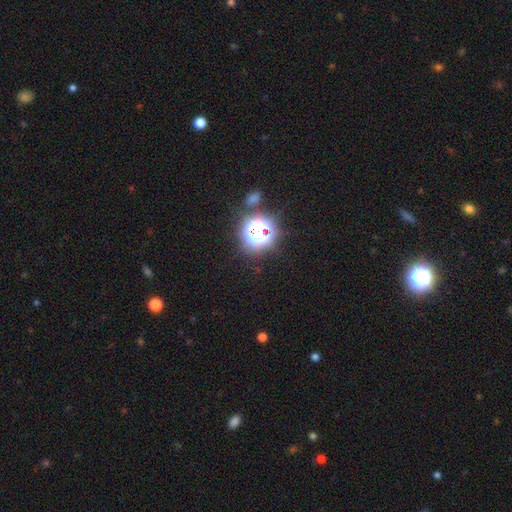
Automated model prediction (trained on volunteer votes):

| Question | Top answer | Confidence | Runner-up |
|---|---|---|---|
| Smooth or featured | star or artifact | 81% | smooth (13%) |